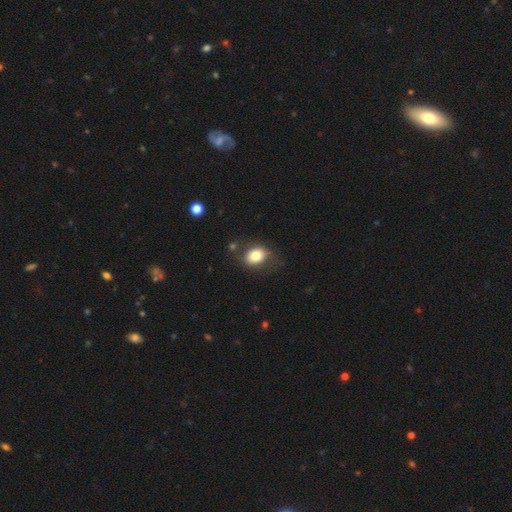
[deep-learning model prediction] smooth_or_featured: smooth (p=0.79) [alt: featured or disk p=0.13]
how_rounded: in between (p=0.57) [alt: round p=0.42]
merging: none (p=0.65) [alt: minor disturbance p=0.22]